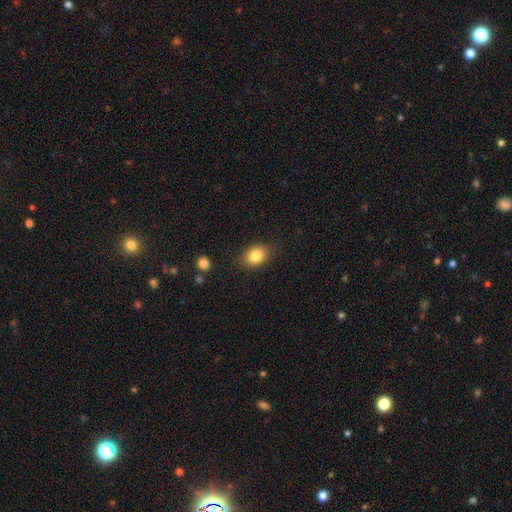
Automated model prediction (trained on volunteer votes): Overall: smooth (83%). How rounded: in between (63%; round 36%). Merging: none (82%).